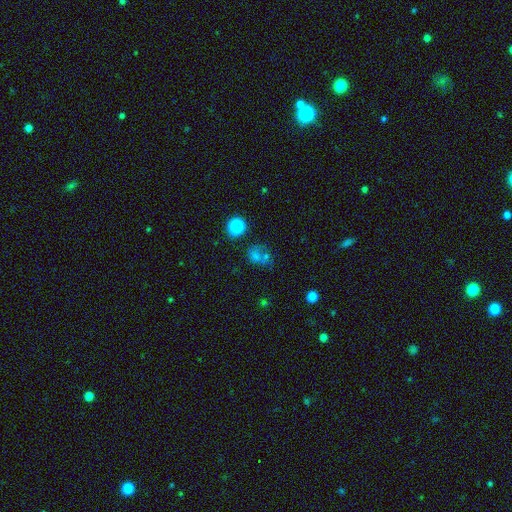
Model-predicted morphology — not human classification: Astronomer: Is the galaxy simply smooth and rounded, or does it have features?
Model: smooth — 57%.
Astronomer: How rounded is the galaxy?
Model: round — 63%.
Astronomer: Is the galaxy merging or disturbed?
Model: none — 42% (runner-up: merger, 30%).